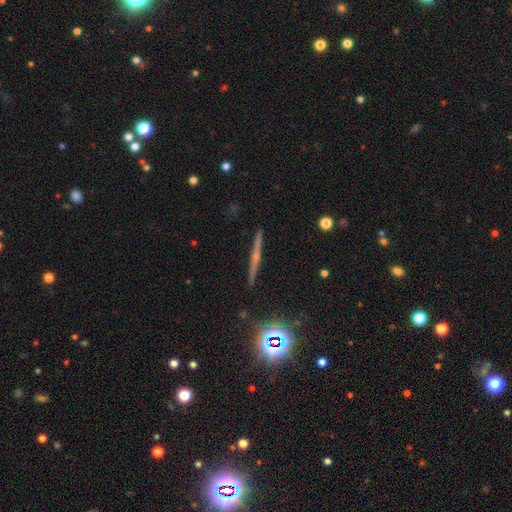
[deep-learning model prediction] This appears to be a featured or disk galaxy (65%) viewed edge-on (98%) with a rounded central bulge (62%). Merging: none (91%).